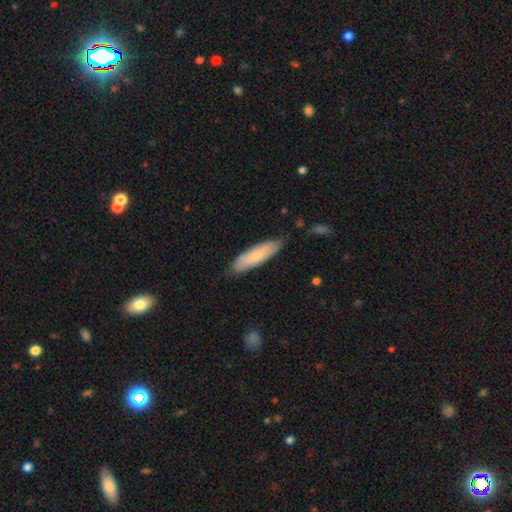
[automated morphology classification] Smooth or featured?
  - smooth: 69% *
  - featured or disk: 26%
  - star or artifact: 5%
How rounded?
  - cigar-shaped: 61% *
  - in between: 37%
  - round: 2%
Merging?
  - none: 79% *
  - minor disturbance: 17%
  - major disturbance: 2%
  - merger: 1%